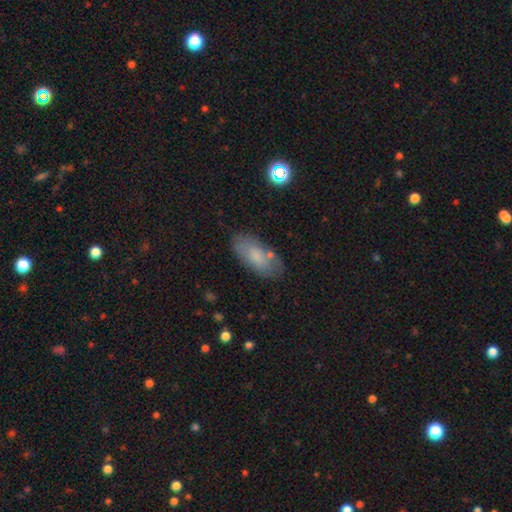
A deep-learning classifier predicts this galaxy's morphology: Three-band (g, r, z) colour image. It shows a smooth galaxy with no disk features (71%) that is in between round and cigar-shaped (87%). Merging: none (75%).